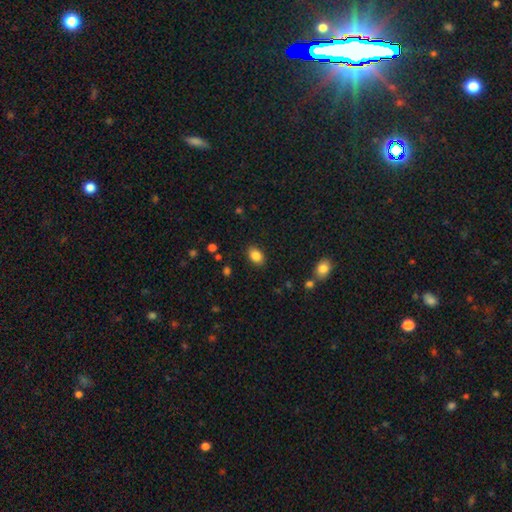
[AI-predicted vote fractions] The model was most divided on "how rounded": in between: 82%, round: 17%, cigar-shaped: 1%. More confident: merging — none (87%); smooth or featured — smooth (86%).